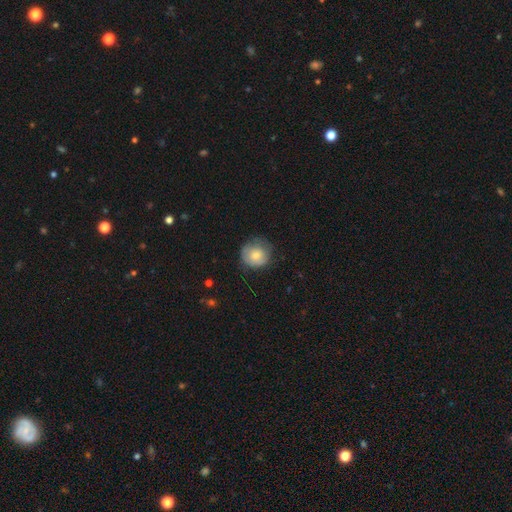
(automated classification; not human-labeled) Morphology: type=smooth (74%); roundness=round (88%); merging=none (65%).